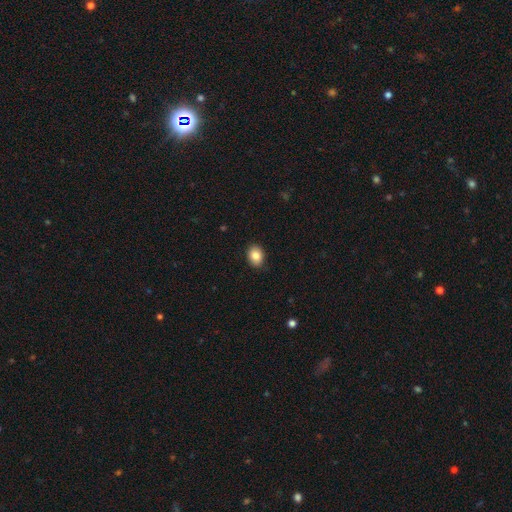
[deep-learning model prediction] Q: Smooth or featured?
A: smooth (86%); runner-up: star or artifact (8%)
Q: How rounded?
A: in between (66%); runner-up: round (33%)
Q: Merging?
A: none (89%); runner-up: minor disturbance (8%)